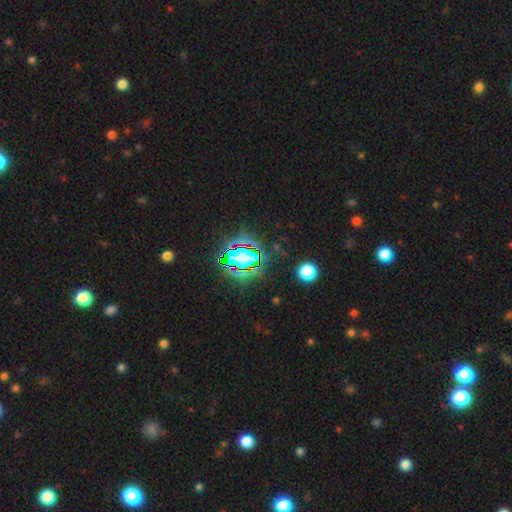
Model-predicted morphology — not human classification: star or artifact 81%, smooth 12%, featured or disk 7%.